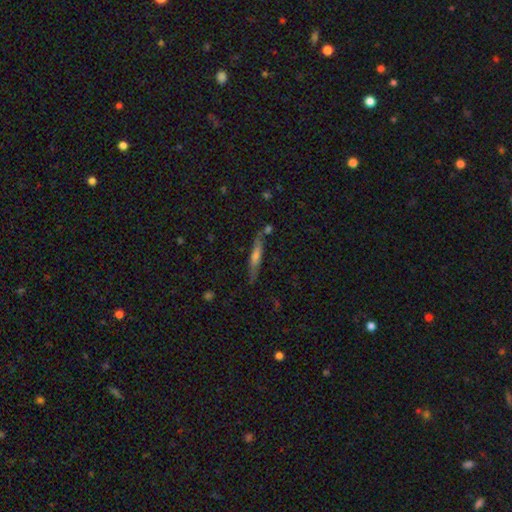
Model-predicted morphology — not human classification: Smooth or featured? featured or disk (46%)
Merging? none (77%)